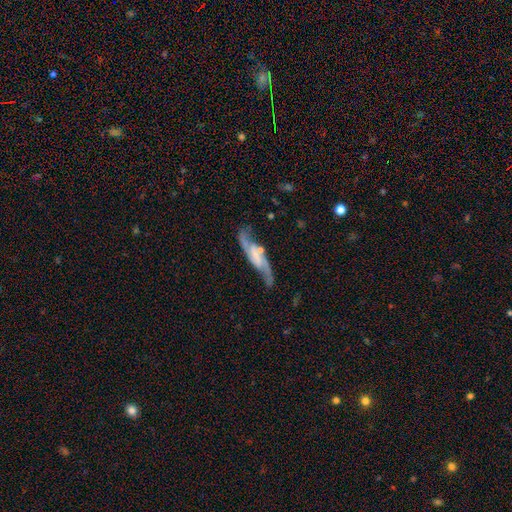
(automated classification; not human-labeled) Q: Smooth or featured?
A: featured or disk (85%); runner-up: smooth (10%)
Q: Edge-on disk?
A: no (86%); runner-up: yes (14%)
Q: Bar?
A: weak (40%); runner-up: strong (32%)
Q: Spiral arms?
A: yes (96%); runner-up: no (4%)
Q: Spiral winding?
A: loose (50%); runner-up: medium (39%)
Q: Spiral arm count?
A: 2 (92%); runner-up: can't tell (3%)
Q: Bulge size?
A: small (43%); runner-up: none (34%)
Q: Merging?
A: none (69%); runner-up: minor disturbance (18%)